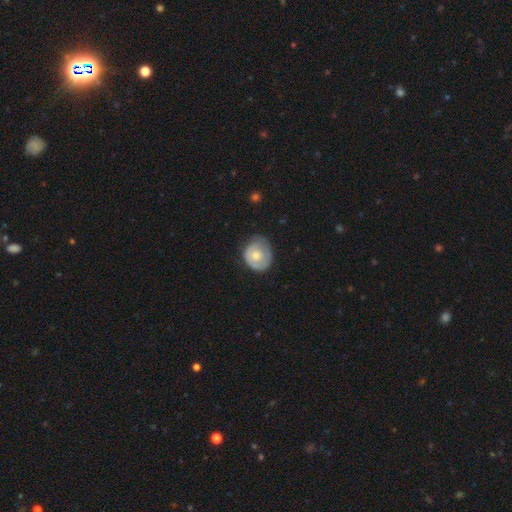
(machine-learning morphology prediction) smooth_or_featured: smooth (p=0.54) [alt: featured or disk p=0.41]
how_rounded: round (p=0.69) [alt: in between p=0.30]
merging: none (p=0.56) [alt: minor disturbance p=0.32]